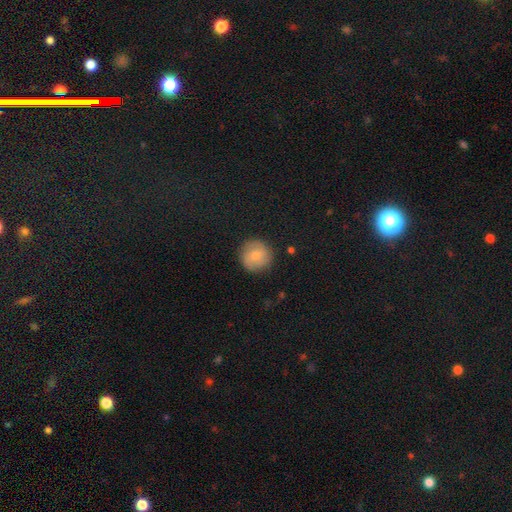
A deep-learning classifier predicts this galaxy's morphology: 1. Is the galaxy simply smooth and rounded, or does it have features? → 65% smooth, 27% featured or disk, 8% star or artifact.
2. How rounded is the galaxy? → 94% round, 5% in between, 1% cigar-shaped.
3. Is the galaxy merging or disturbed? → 87% none, 9% minor disturbance, 3% major disturbance, 1% merger.